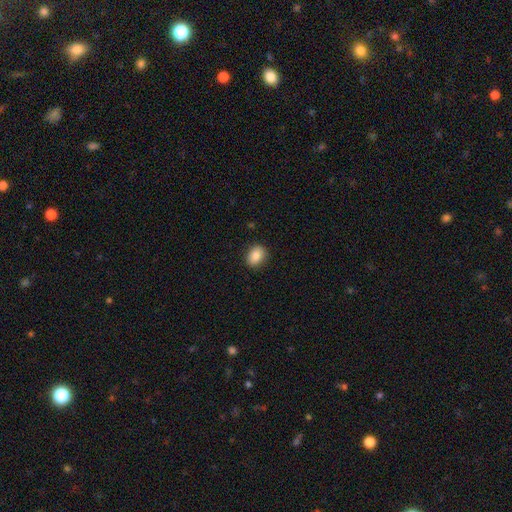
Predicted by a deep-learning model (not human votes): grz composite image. It shows a smooth galaxy with no disk features (86%) that is in between round and cigar-shaped (59%). Merging: none (88%).